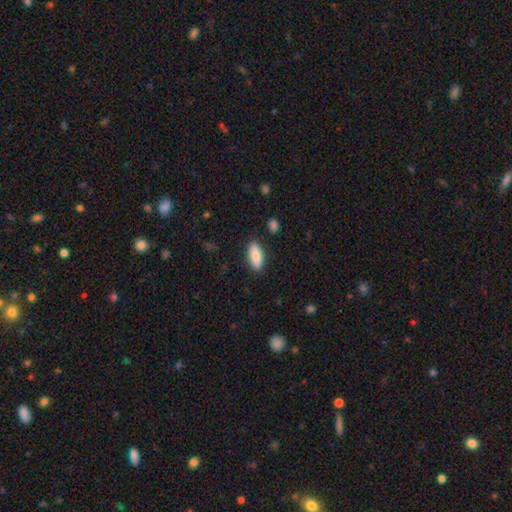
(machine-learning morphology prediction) Overall: smooth (84%). How rounded: in between (81%). Merging: none (86%).